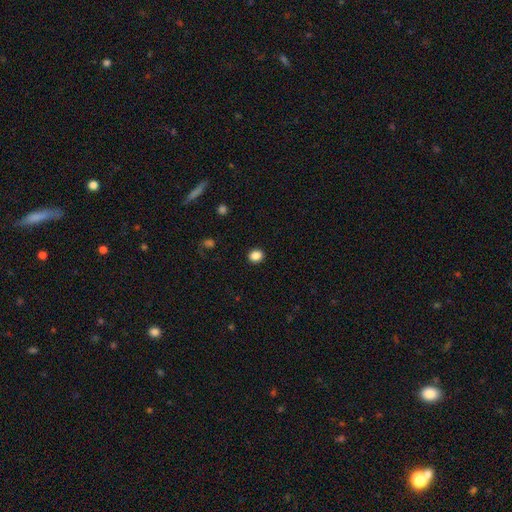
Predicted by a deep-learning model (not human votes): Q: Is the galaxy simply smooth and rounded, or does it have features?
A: smooth — 87%.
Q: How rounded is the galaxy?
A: round — 64%.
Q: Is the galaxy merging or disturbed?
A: none — 91%.